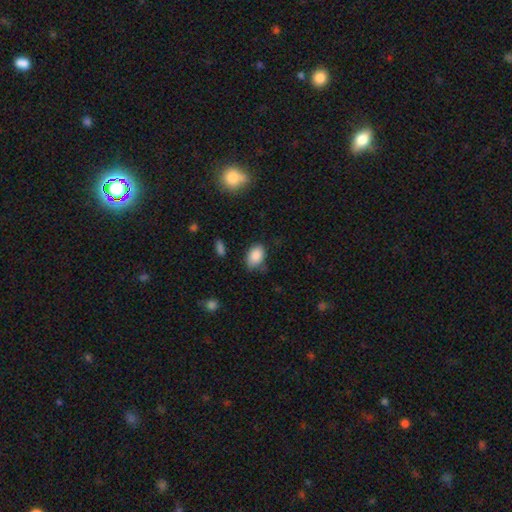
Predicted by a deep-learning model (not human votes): smooth-or-featured: smooth: 87% | star or artifact: 8% | featured or disk: 5%
  how-rounded: in between: 86% | round: 12% | cigar-shaped: 1%
  merging: none: 70% | minor disturbance: 23% | major disturbance: 5% | merger: 3%